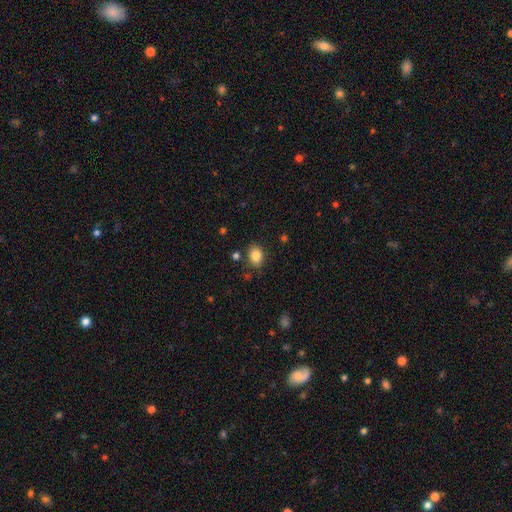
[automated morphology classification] This appears to be a smooth galaxy with no disk features (85%) that is in between round and cigar-shaped (60%). Merging: none (83%).